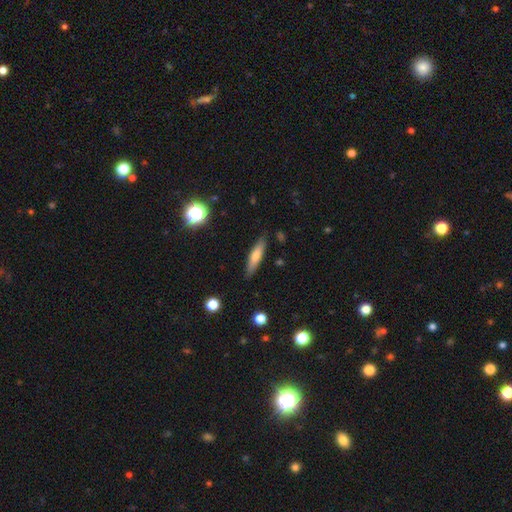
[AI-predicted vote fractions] smooth-or-featured: smooth: 64% | featured or disk: 29% | star or artifact: 7%
  how-rounded: cigar-shaped: 75% | in between: 23% | round: 2%
  merging: none: 86% | minor disturbance: 10% | major disturbance: 2% | merger: 2%